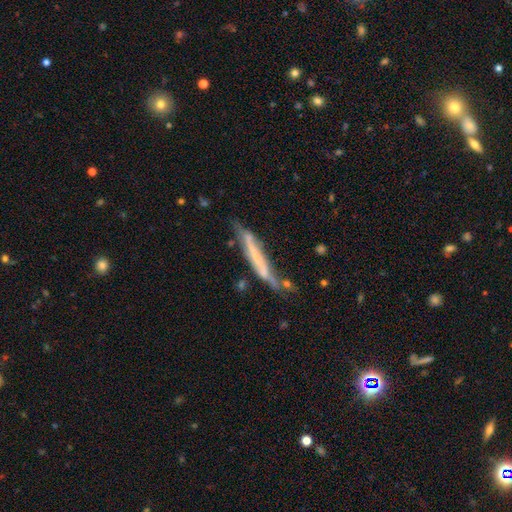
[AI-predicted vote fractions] featured or disk 56%, smooth 36%, star or artifact 8%. Down the decision tree: edge-on disk — yes (80%); merging — none (50%).